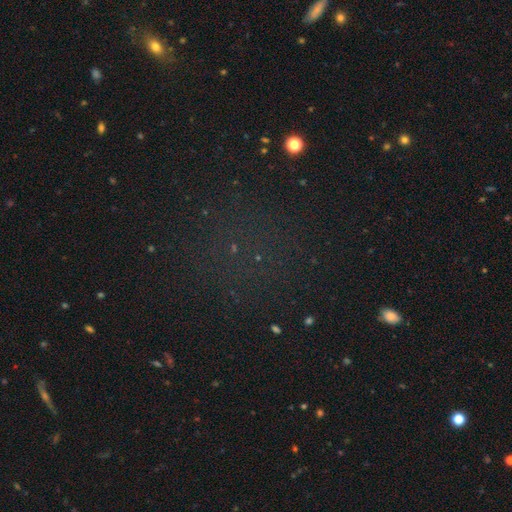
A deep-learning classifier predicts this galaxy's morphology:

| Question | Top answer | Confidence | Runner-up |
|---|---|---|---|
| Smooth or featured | star or artifact | 59% | smooth (28%) |